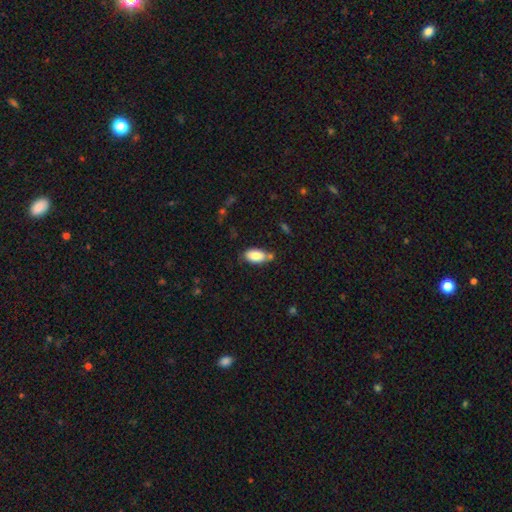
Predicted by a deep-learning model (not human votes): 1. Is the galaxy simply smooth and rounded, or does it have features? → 85% smooth, 8% featured or disk, 7% star or artifact.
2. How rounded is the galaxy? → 93% in between, 4% cigar-shaped, 3% round.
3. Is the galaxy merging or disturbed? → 64% none, 21% minor disturbance, 10% merger, 5% major disturbance.